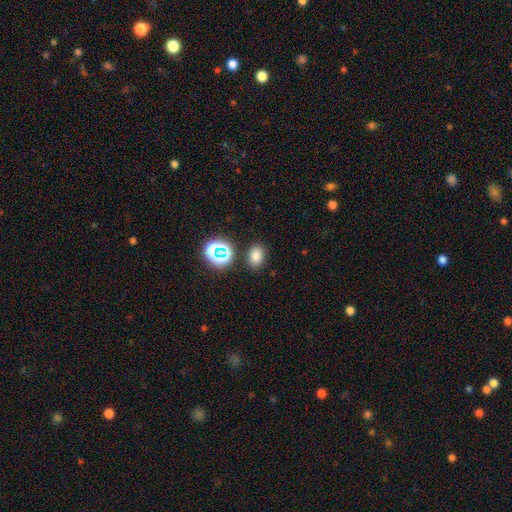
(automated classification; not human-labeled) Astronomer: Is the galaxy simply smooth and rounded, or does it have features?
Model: smooth — 76%.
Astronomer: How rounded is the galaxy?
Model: in between — 69%.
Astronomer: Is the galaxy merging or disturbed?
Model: none — 83%.